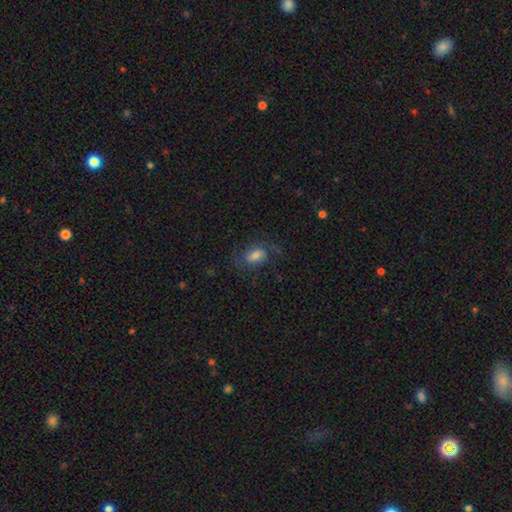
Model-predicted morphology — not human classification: Smooth or featured?
  - smooth: 50% *
  - featured or disk: 40%
  - star or artifact: 10%
Merging?
  - none: 62% *
  - minor disturbance: 20%
  - major disturbance: 17%
  - merger: 2%